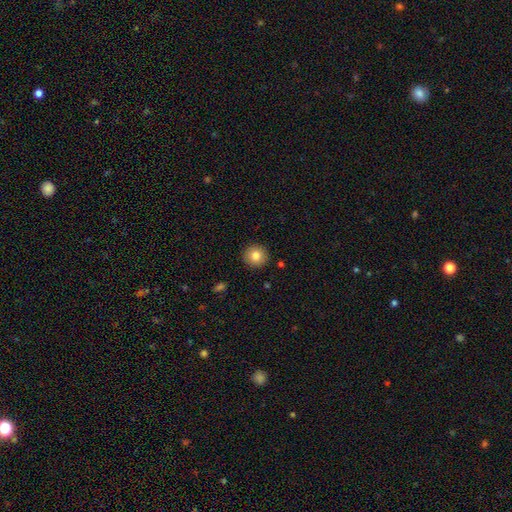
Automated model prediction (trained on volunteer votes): Smooth or featured? Predicted: smooth (p=0.83). How rounded? Predicted: round (p=0.94). Merging? Predicted: none (p=0.92).